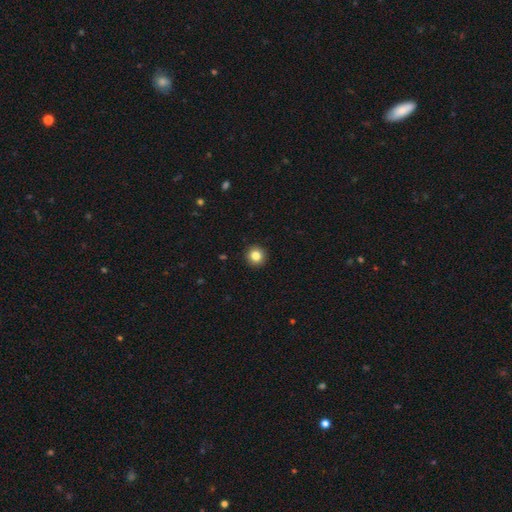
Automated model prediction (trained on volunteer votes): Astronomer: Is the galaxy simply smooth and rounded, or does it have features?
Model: smooth — 84%.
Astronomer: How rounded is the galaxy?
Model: round — 95%.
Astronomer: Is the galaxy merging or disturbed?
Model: none — 93%.